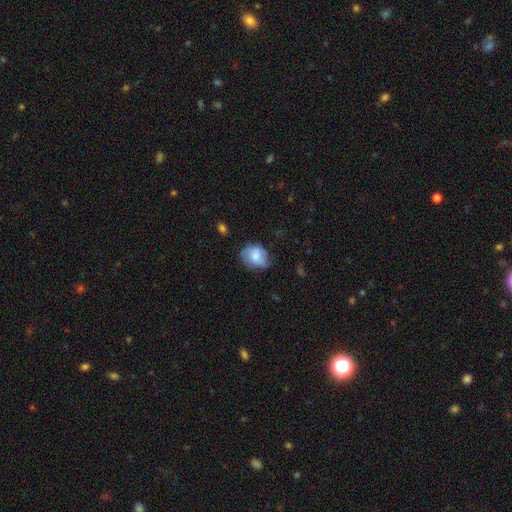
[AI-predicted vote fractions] Morphology: type=smooth (60%); roundness=round (51%); merging=none (57%).